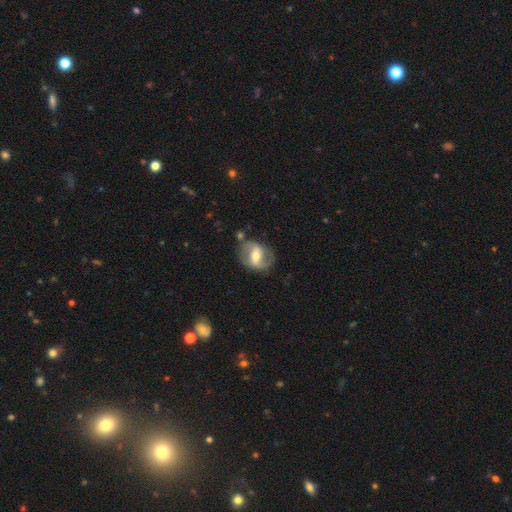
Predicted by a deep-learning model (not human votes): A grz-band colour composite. It shows a featured or disk galaxy (70%) with a strong bar (45%), spiral arms (75%) and a moderate central bulge (66%). Merging: none (72%).